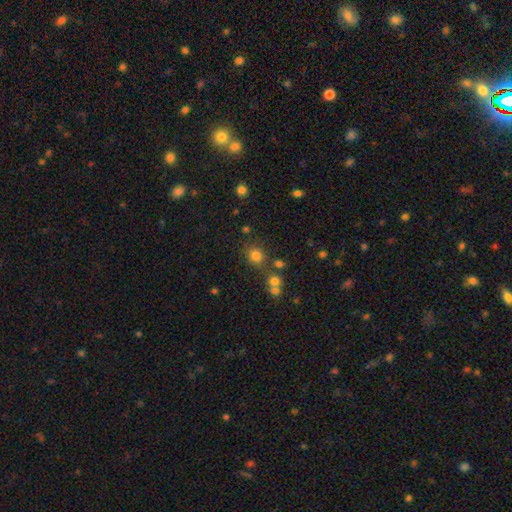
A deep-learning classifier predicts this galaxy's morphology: Smooth or featured? Predicted: smooth (p=0.77). How rounded? Predicted: round (p=0.83). Merging? Predicted: none (p=0.75).